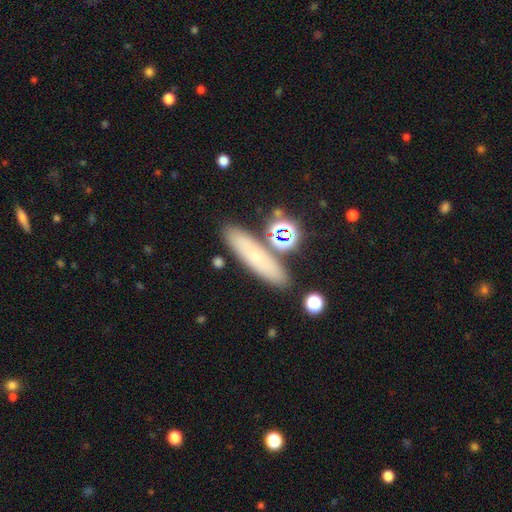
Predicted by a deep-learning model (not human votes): A smooth galaxy with no disk features (61%) that is cigar-shaped (71%).

Vote fractions:
- Smooth or featured? smooth: 61% / featured or disk: 24% / star or artifact: 16%
- How rounded? cigar-shaped: 71% / in between: 23% / round: 6%
- Merging? none: 82% / minor disturbance: 9% / merger: 5% / major disturbance: 3%